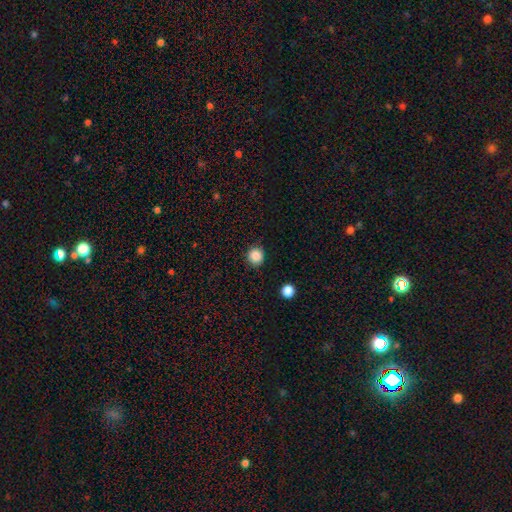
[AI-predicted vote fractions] A smooth galaxy with no disk features (86%) that is round (91%).

Vote fractions:
- Smooth or featured? smooth: 86% / star or artifact: 10% / featured or disk: 3%
- How rounded? round: 91% / in between: 8% / cigar-shaped: 1%
- Merging? none: 87% / minor disturbance: 9% / major disturbance: 2% / merger: 2%